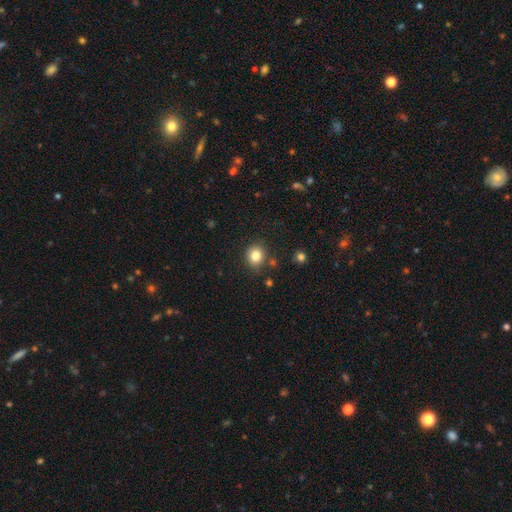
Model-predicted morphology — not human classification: A smooth galaxy with no disk features (82%) that is round (78%).

Vote fractions:
- Smooth or featured? smooth: 82% / star or artifact: 11% / featured or disk: 6%
- How rounded? round: 78% / in between: 21% / cigar-shaped: 1%
- Merging? none: 82% / minor disturbance: 11% / merger: 4% / major disturbance: 3%